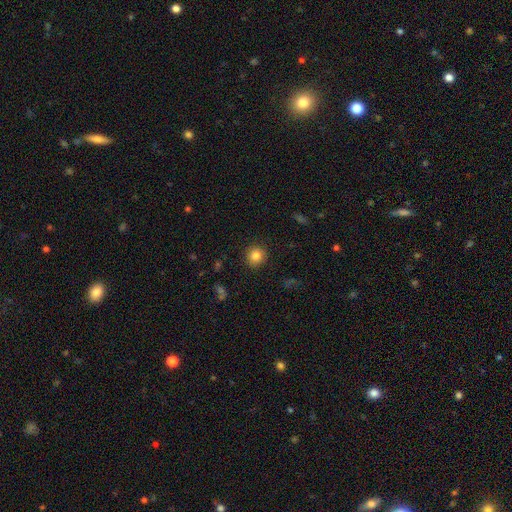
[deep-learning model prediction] Morphology: type=smooth (83%); roundness=round (92%); merging=none (91%).